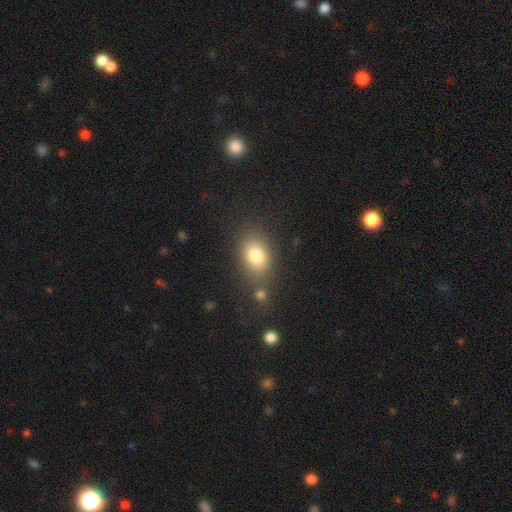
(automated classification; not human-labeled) A smooth galaxy with no disk features (80%) that is in between round and cigar-shaped (77%).

Vote fractions:
- Smooth or featured? smooth: 80% / star or artifact: 10% / featured or disk: 10%
- How rounded? in between: 77% / round: 21% / cigar-shaped: 2%
- Merging? none: 69% / minor disturbance: 14% / merger: 12% / major disturbance: 6%